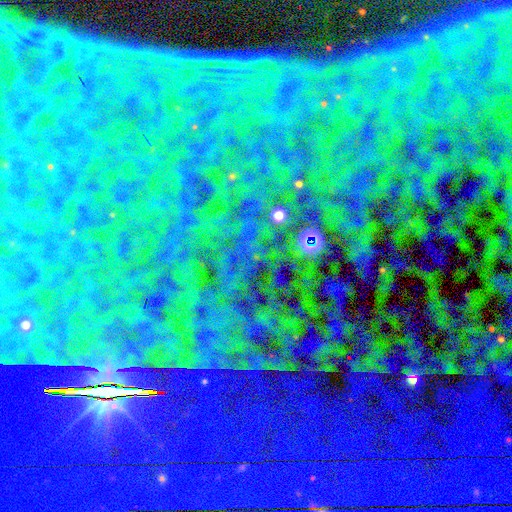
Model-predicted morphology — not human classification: Overall: star or artifact (86%).